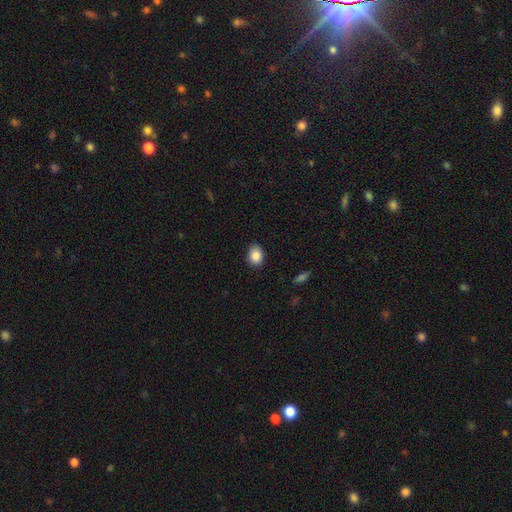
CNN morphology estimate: smooth_or_featured: smooth (p=0.87) [alt: star or artifact p=0.09]
how_rounded: in between (p=0.64) [alt: round p=0.35]
merging: none (p=0.82) [alt: minor disturbance p=0.14]